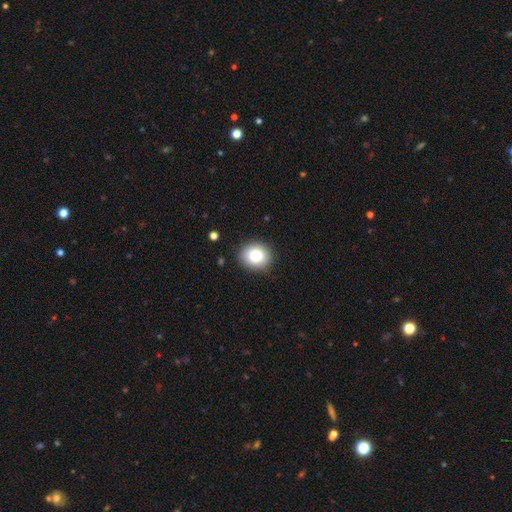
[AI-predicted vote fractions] This appears to be a smooth galaxy with no disk features (81%) that is round (72%). Merging: none (90%).